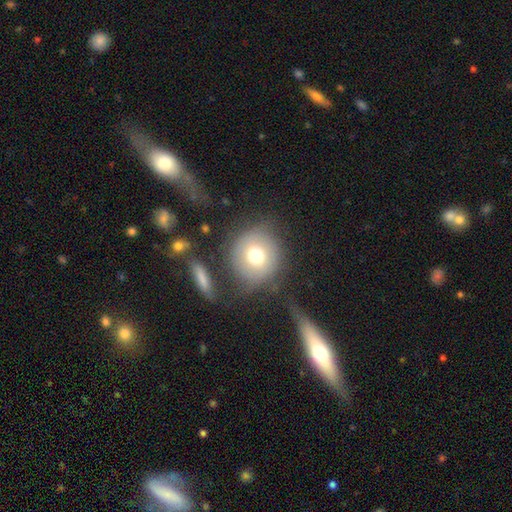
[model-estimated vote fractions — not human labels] Q: Smooth or featured?
A: smooth (70%); runner-up: featured or disk (19%)
Q: How rounded?
A: round (88%); runner-up: in between (10%)
Q: Merging?
A: none (67%); runner-up: minor disturbance (16%)